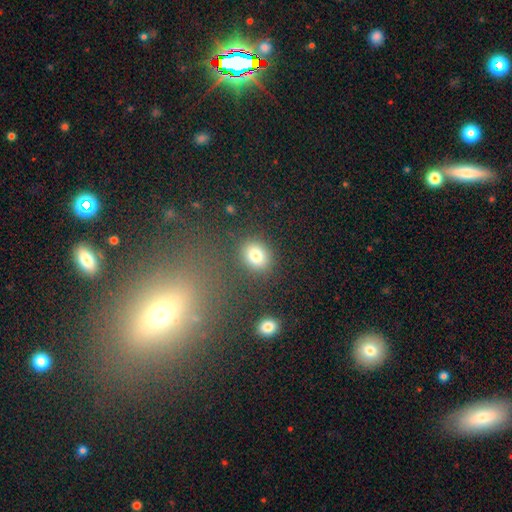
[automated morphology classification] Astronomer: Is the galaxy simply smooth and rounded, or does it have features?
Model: smooth — 80%.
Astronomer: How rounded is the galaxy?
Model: round — 59% (runner-up: in between, 40%).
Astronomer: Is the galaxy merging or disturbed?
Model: none — 83%.